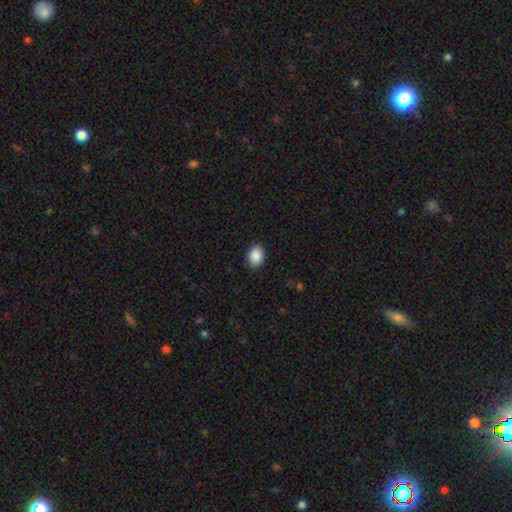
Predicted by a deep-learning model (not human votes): Smooth or featured? smooth (89%)
How rounded? in between (66%)
Merging? none (90%)